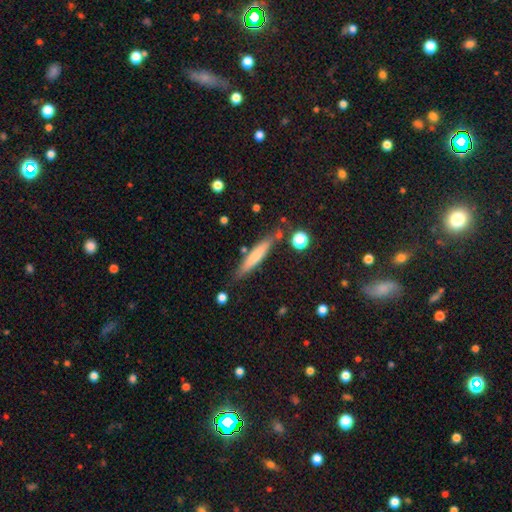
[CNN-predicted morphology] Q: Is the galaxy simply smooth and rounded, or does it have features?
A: smooth — 64%.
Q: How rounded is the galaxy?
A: cigar-shaped — 90%.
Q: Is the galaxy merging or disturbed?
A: none — 79%.